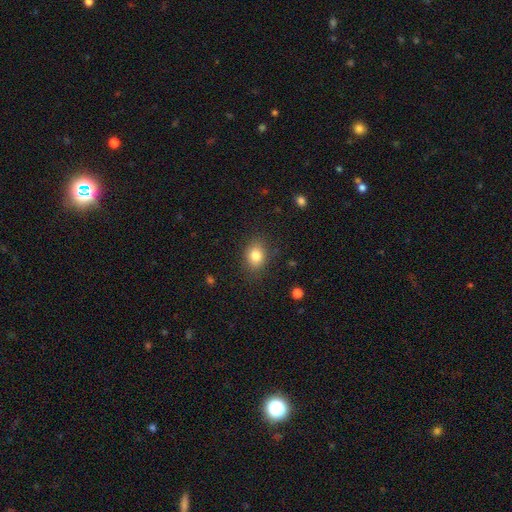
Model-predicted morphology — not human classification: Q: Smooth or featured?
A: smooth (82%); runner-up: star or artifact (10%)
Q: How rounded?
A: in between (63%); runner-up: round (36%)
Q: Merging?
A: none (85%); runner-up: minor disturbance (11%)